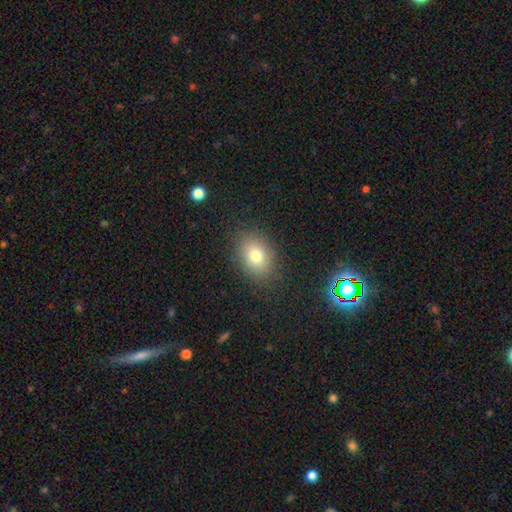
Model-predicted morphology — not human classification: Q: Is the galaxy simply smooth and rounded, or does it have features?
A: smooth — 76%.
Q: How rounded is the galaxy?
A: in between — 66%.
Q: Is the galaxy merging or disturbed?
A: none — 85%.